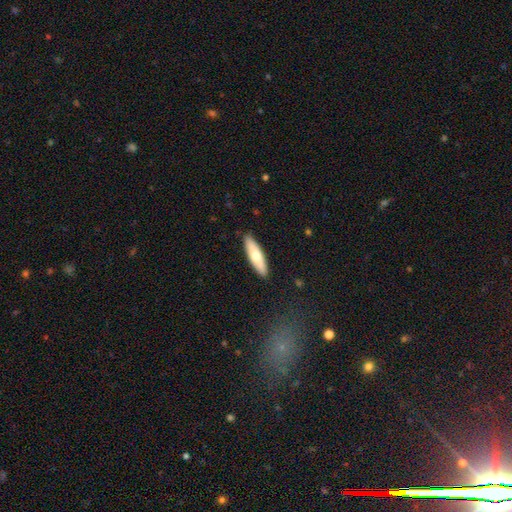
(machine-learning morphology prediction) smooth_or_featured: smooth (p=0.64) [alt: featured or disk p=0.31]
how_rounded: cigar-shaped (p=0.61) [alt: in between p=0.37]
merging: none (p=0.89) [alt: minor disturbance p=0.08]